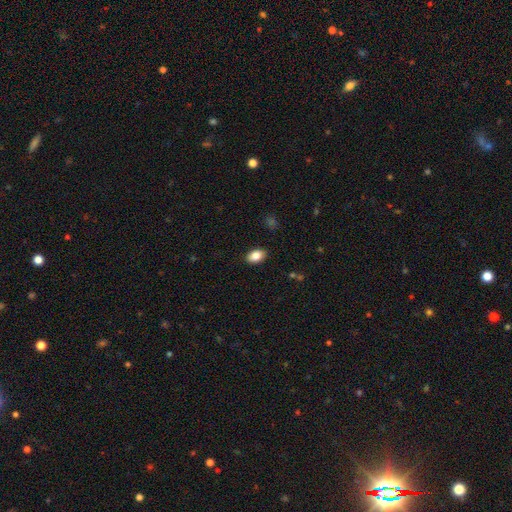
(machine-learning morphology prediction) The model was most divided on "how rounded": in between: 88%, round: 11%, cigar-shaped: 1%. More confident: merging — none (89%); smooth or featured — smooth (85%).